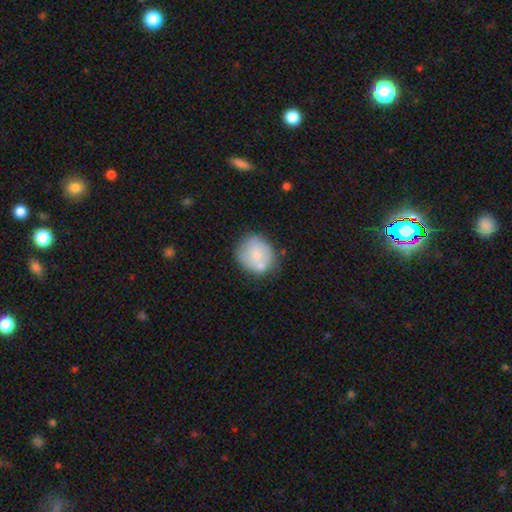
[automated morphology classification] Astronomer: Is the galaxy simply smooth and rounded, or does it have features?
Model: smooth — 67%.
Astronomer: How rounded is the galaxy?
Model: round — 78%.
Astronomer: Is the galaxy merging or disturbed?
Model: none — 53%.